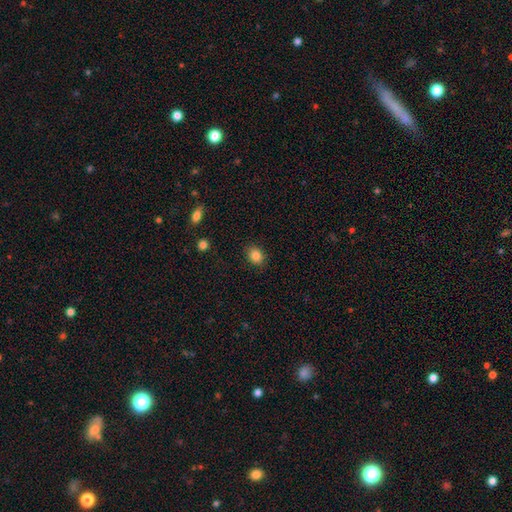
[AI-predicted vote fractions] The model was most divided on "how rounded": round: 50%, in between: 49%, cigar-shaped: 1%. More confident: merging — none (87%); smooth or featured — smooth (85%).